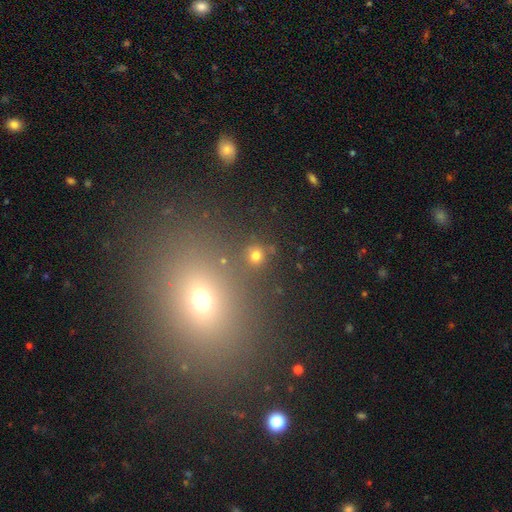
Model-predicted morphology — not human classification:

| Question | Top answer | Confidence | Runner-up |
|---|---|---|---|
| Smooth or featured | smooth | 72% | star or artifact (22%) |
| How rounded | round | 90% | in between (8%) |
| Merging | none | 82% | minor disturbance (7%) |